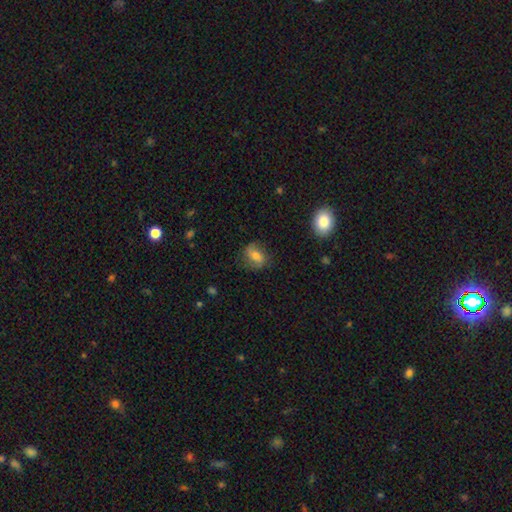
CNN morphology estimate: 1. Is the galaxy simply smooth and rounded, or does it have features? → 60% smooth, 31% featured or disk, 9% star or artifact.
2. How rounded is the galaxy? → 65% in between, 32% round, 2% cigar-shaped.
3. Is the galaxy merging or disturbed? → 70% none, 21% minor disturbance, 8% major disturbance, 1% merger.